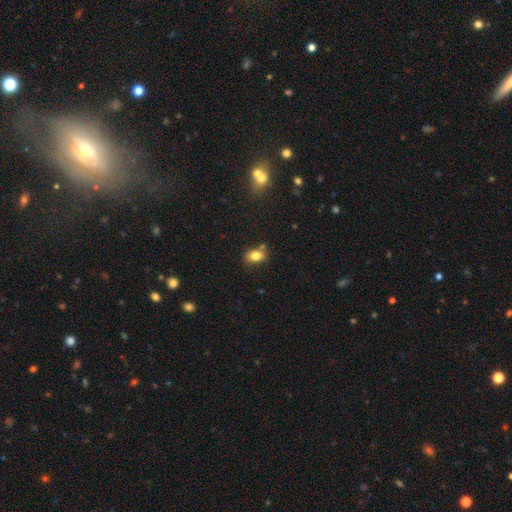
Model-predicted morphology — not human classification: A smooth galaxy with no disk features (81%) that is in between round and cigar-shaped (74%). Merging: none (70%).